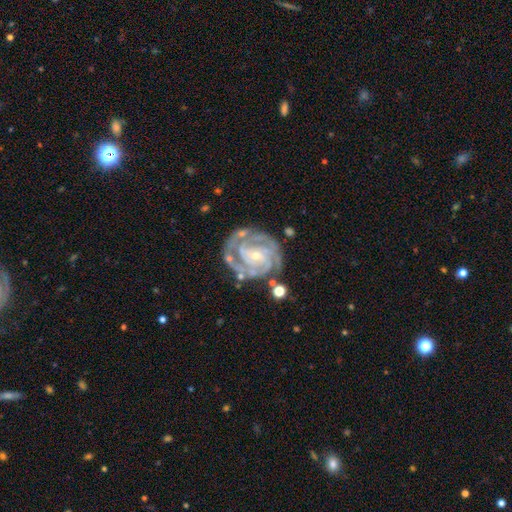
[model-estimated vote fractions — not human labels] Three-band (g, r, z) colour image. It shows a featured or disk galaxy (91%) with no bar (60%), 3 (34%) tight (73%) spiral arms (98%) and a small central bulge (77%). Merging: none (68%).